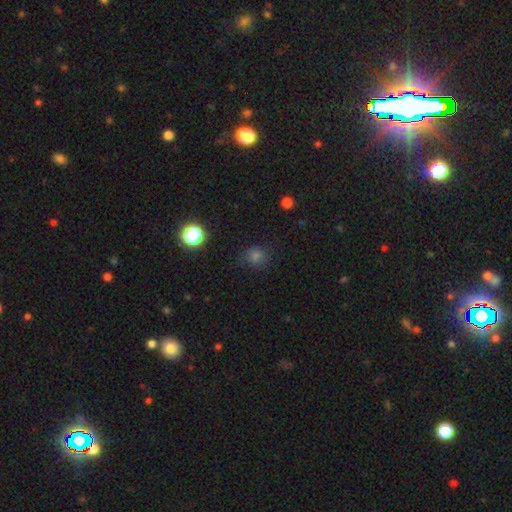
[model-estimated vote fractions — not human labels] Smooth or featured? Predicted: smooth (p=0.72). How rounded? Predicted: round (p=0.87). Merging? Predicted: none (p=0.81).